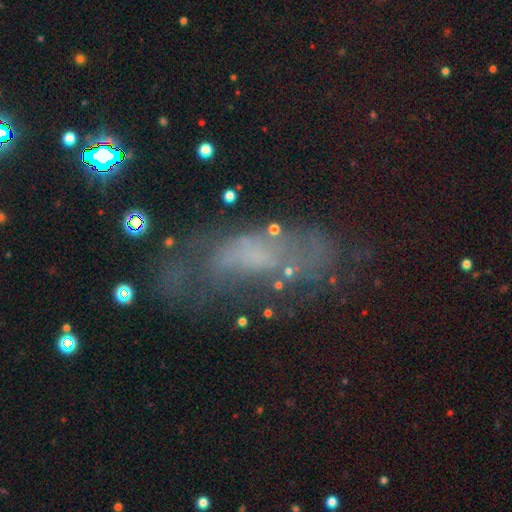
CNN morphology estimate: Overall: featured or disk (48%; smooth 29%). Merging: none (48%; major disturbance 24%).